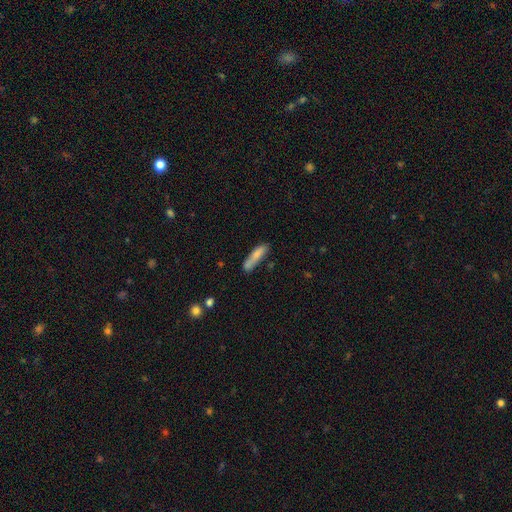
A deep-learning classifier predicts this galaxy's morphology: A smooth galaxy with no disk features (77%) that is cigar-shaped (75%). Merging: none (64%).